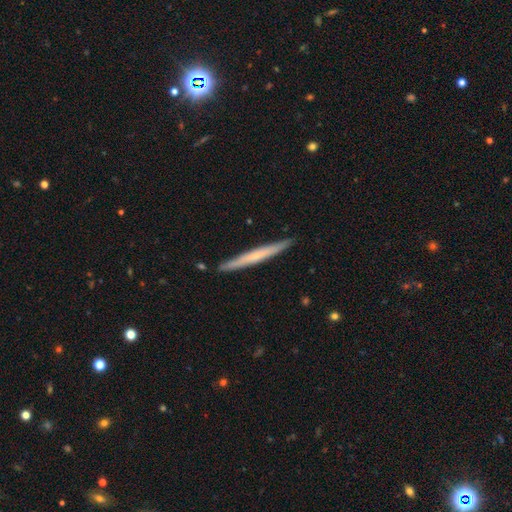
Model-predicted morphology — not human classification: The model was most divided on "smooth or featured": smooth: 48%, featured or disk: 47%, star or artifact: 5%. More confident: merging — none (90%).